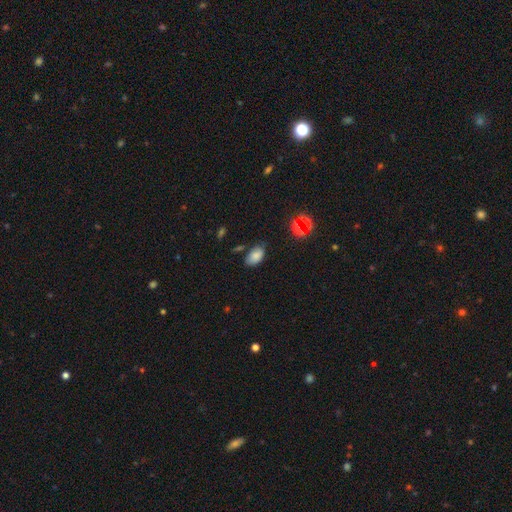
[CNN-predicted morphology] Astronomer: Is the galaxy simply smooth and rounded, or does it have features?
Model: smooth — 76%.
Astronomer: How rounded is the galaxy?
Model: in between — 93%.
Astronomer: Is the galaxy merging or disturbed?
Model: none — 70%.